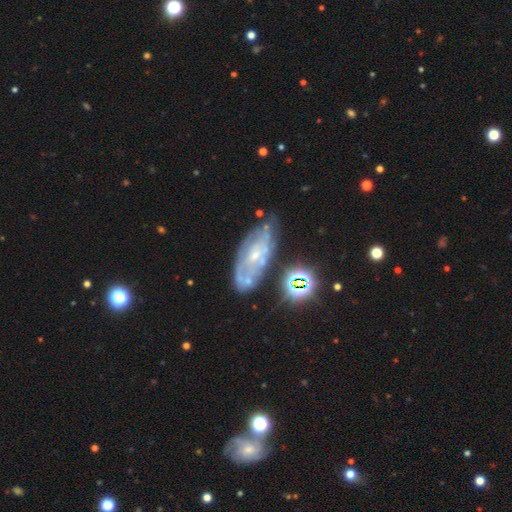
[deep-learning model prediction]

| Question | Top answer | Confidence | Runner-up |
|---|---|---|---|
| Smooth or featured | featured or disk | 70% | smooth (18%) |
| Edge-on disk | no | 90% | yes (10%) |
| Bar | no | 67% | weak (27%) |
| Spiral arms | yes | 71% | no (29%) |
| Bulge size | small | 69% | moderate (22%) |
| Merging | none | 56% | minor disturbance (25%) |